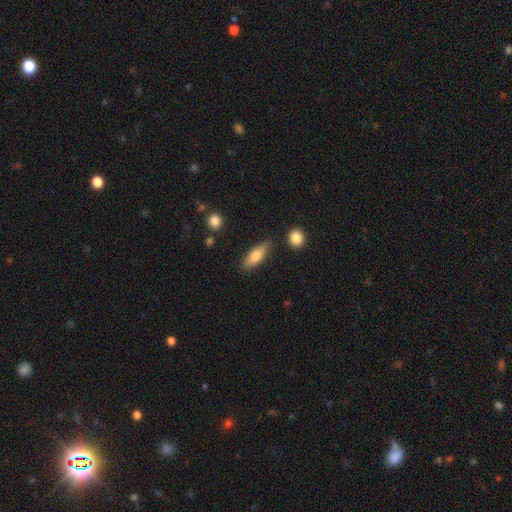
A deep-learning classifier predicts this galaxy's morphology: smooth-or-featured: smooth: 74% | featured or disk: 20% | star or artifact: 6%
  how-rounded: in between: 57% | cigar-shaped: 40% | round: 3%
  merging: none: 81% | minor disturbance: 13% | merger: 3% | major disturbance: 3%